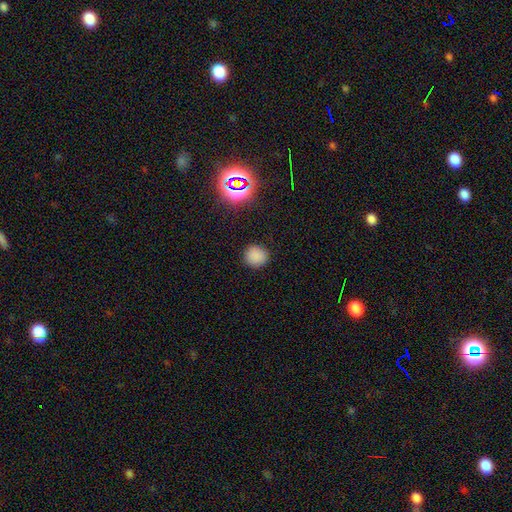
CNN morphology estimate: Q: Smooth or featured?
A: smooth (82%); runner-up: star or artifact (14%)
Q: How rounded?
A: round (92%); runner-up: in between (7%)
Q: Merging?
A: none (90%); runner-up: minor disturbance (7%)